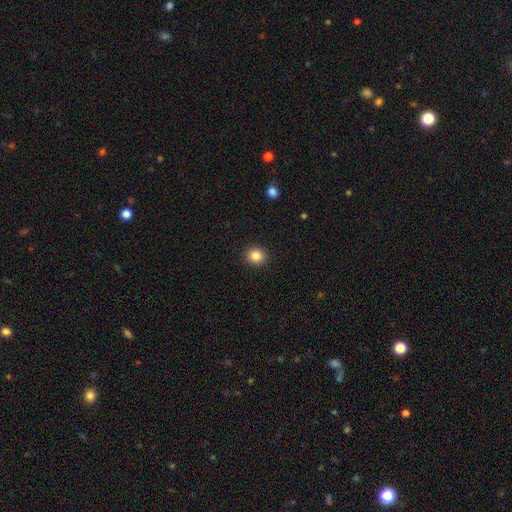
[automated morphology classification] smooth 85%, star or artifact 10%, featured or disk 5%. Down the decision tree: how rounded — round (81%); merging — none (92%).